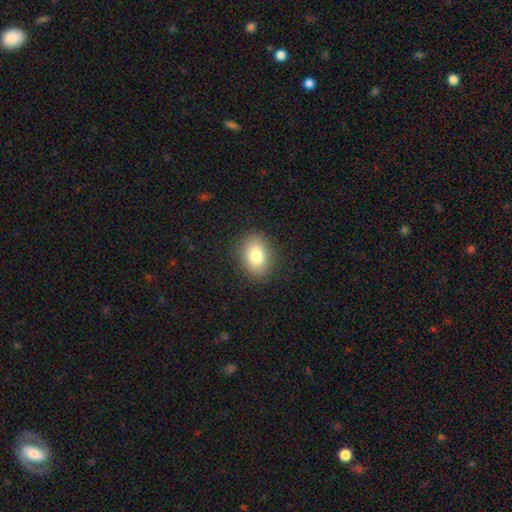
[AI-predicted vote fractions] Morphology: type=smooth (82%); roundness=in between (79%); merging=none (88%).